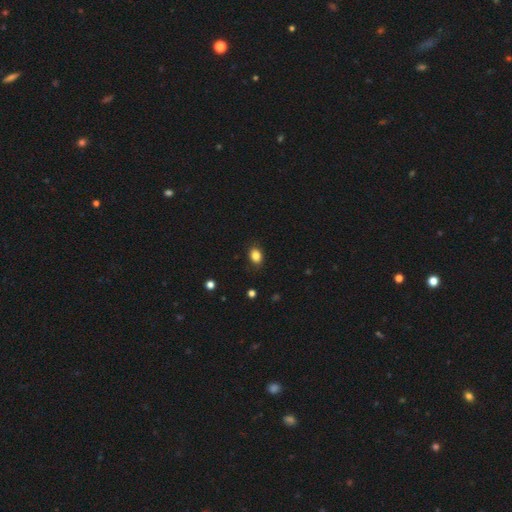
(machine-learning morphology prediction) A smooth galaxy with no disk features (85%) that is in between round and cigar-shaped (67%). Merging: none (84%).